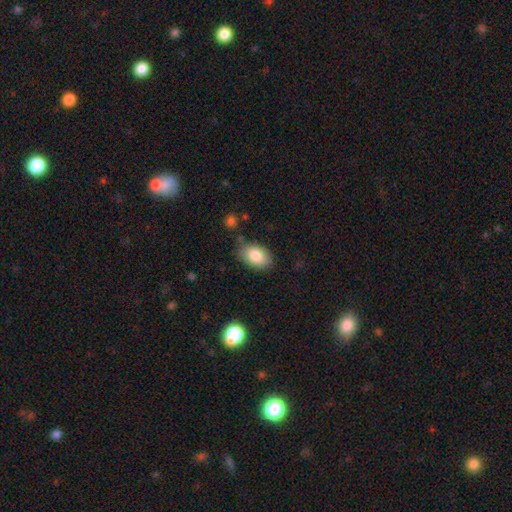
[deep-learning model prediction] This is clearly a smooth galaxy (83%). How rounded: clearly in between (88%). Merging: likely none (78%).